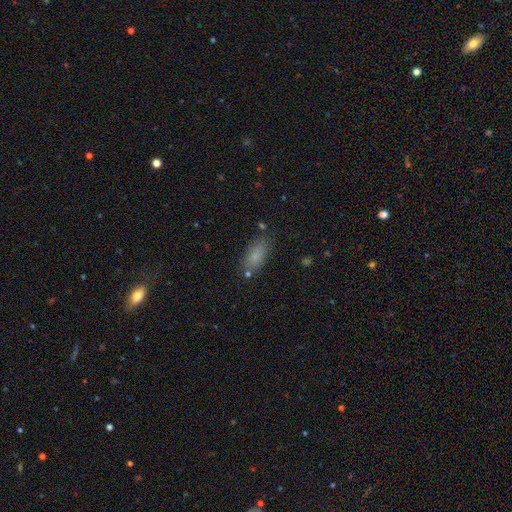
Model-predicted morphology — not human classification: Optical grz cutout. It shows a smooth galaxy with no disk features (81%) that is in between round and cigar-shaped (86%). Merging: none (76%).